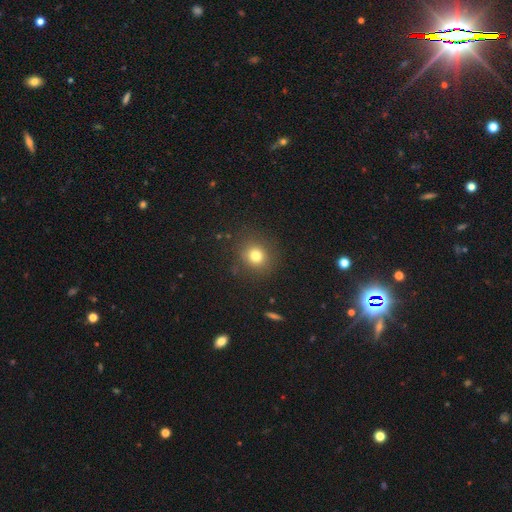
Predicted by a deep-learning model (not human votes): This is likely a smooth galaxy (77%). How rounded: clearly round (87%). Merging: clearly none (86%).